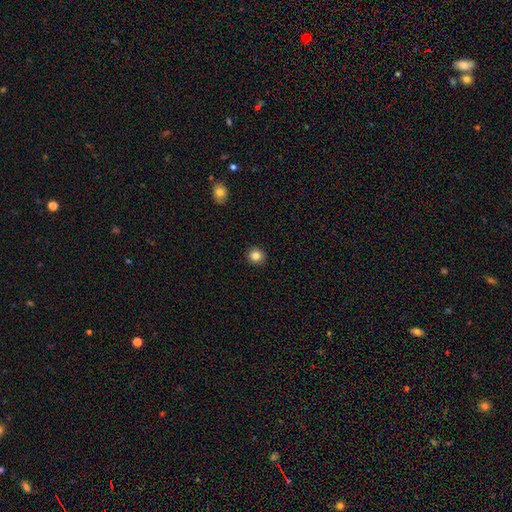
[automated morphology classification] Overall: smooth (84%). How rounded: round (92%). Merging: none (93%).